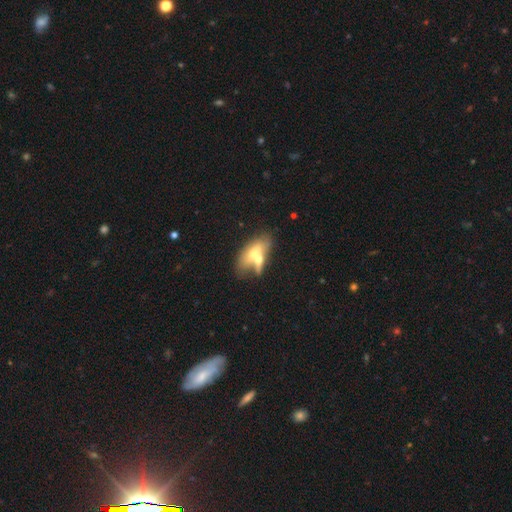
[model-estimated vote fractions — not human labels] Smooth or featured? Predicted: smooth (p=0.52). How rounded? Predicted: in between (p=0.71). Merging? Predicted: merger (p=0.54).